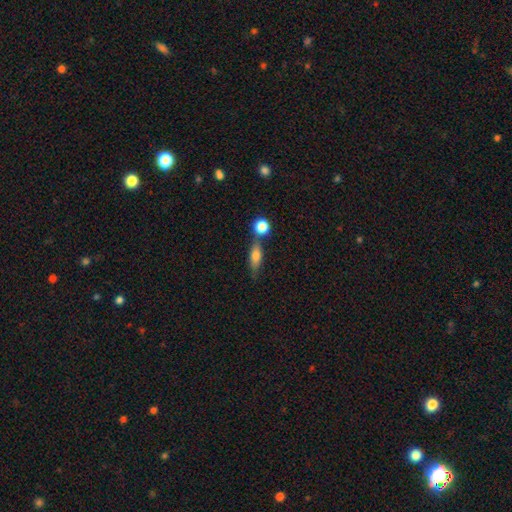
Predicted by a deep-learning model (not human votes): Smooth or featured? Predicted: smooth (p=0.68). How rounded? Predicted: in between (p=0.57). Merging? Predicted: none (p=0.58).